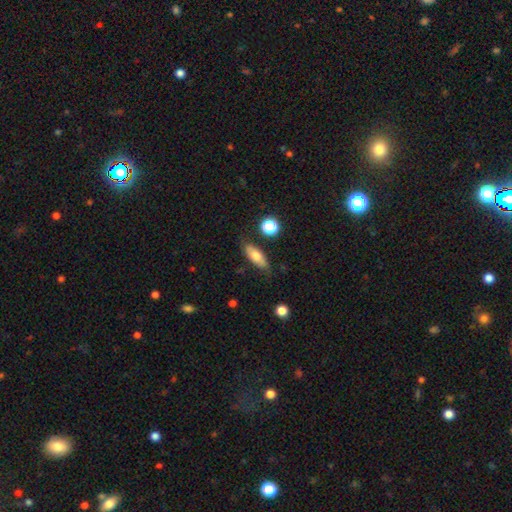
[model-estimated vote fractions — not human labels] A smooth galaxy with no disk features (70%) that is in between round and cigar-shaped (66%). Merging: none (78%).